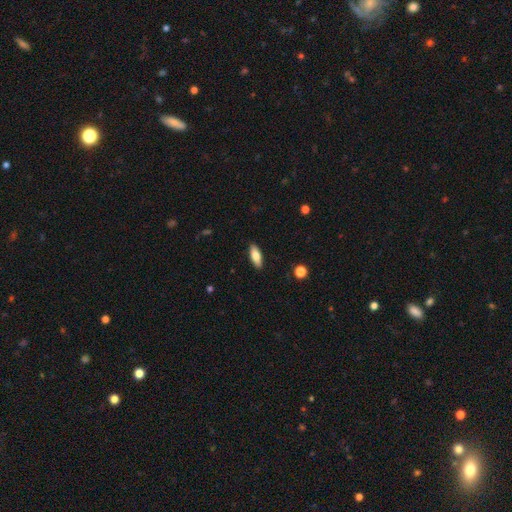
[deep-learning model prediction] Smooth or featured? smooth (79%)
How rounded? in between (73%)
Merging? none (89%)